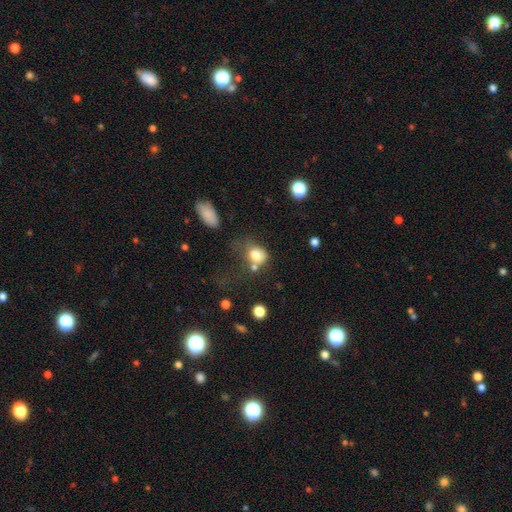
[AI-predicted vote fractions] Smooth or featured? smooth (76%)
How rounded? round (55%)
Merging? none (30%)